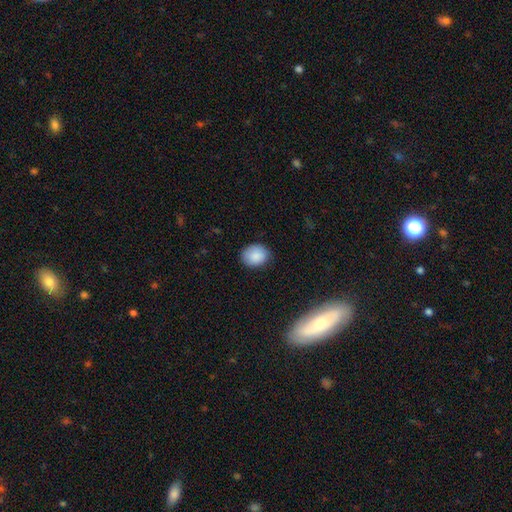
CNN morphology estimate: This appears to be a smooth galaxy with no disk features (87%) that is round (53%). Merging: none (82%).